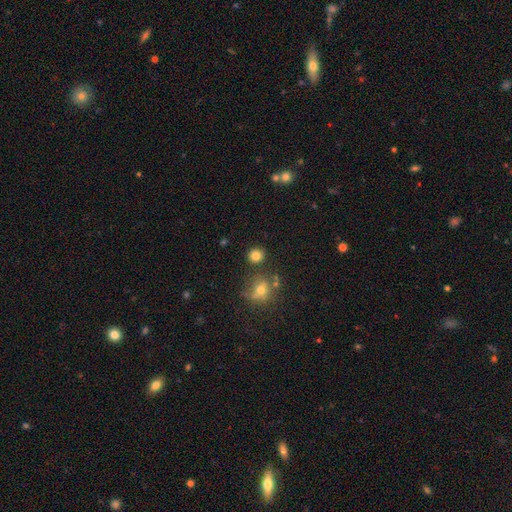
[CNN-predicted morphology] Smooth or featured?
  - smooth: 81% *
  - star or artifact: 13%
  - featured or disk: 6%
How rounded?
  - round: 89% *
  - in between: 10%
  - cigar-shaped: 1%
Merging?
  - none: 84% *
  - minor disturbance: 8%
  - merger: 5%
  - major disturbance: 3%